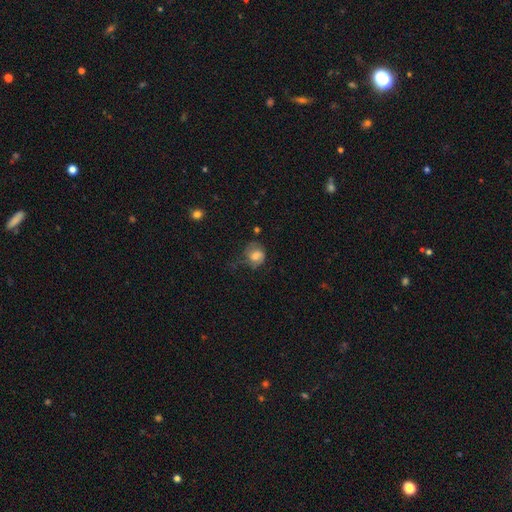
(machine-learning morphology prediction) smooth-or-featured: smooth: 61% | featured or disk: 29% | star or artifact: 9%
  how-rounded: round: 69% | in between: 30% | cigar-shaped: 1%
  merging: none: 51% | minor disturbance: 28% | major disturbance: 18% | merger: 2%